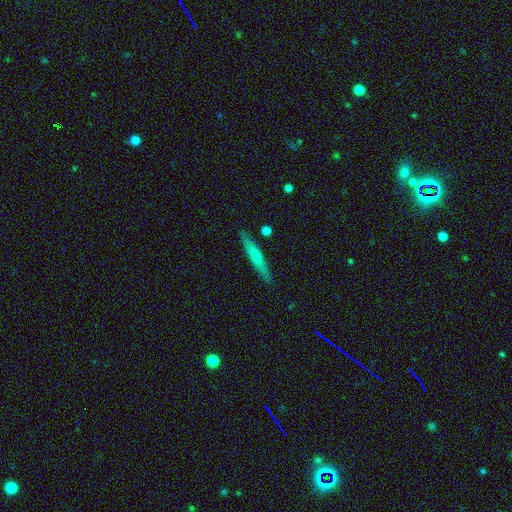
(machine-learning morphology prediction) Smooth or featured? Predicted: smooth (p=0.61). How rounded? Predicted: cigar-shaped (p=0.93). Merging? Predicted: none (p=0.88).